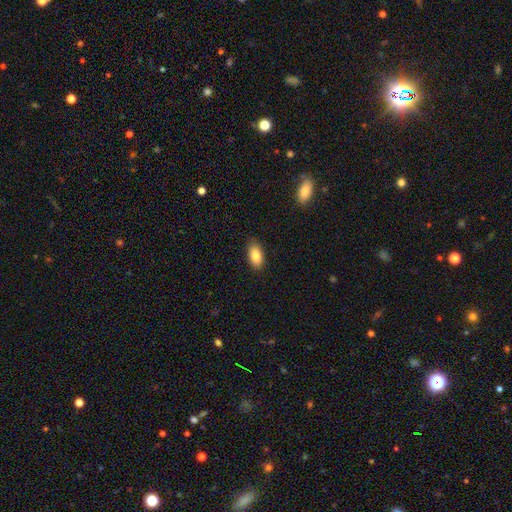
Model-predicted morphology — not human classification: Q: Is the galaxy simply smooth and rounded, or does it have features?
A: smooth — 87%.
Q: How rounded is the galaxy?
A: in between — 92%.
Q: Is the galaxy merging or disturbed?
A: none — 86%.